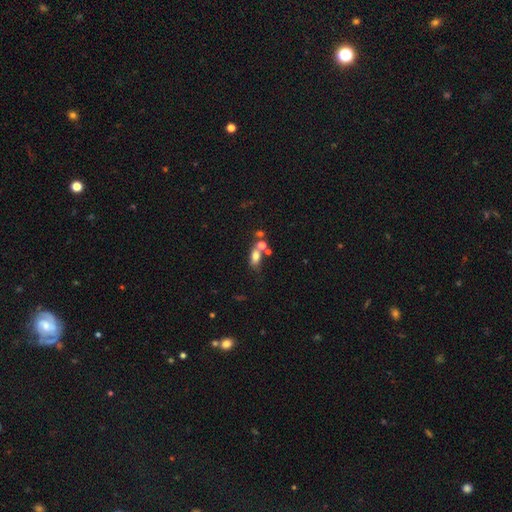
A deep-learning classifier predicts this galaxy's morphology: type=smooth (70%); roundness=in between (75%); merging=none (40%).